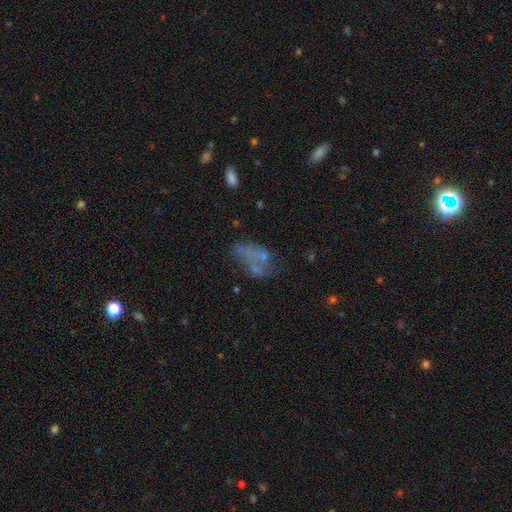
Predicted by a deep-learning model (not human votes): This appears to be a smooth galaxy with no disk features (44%). Merging: none (33%).